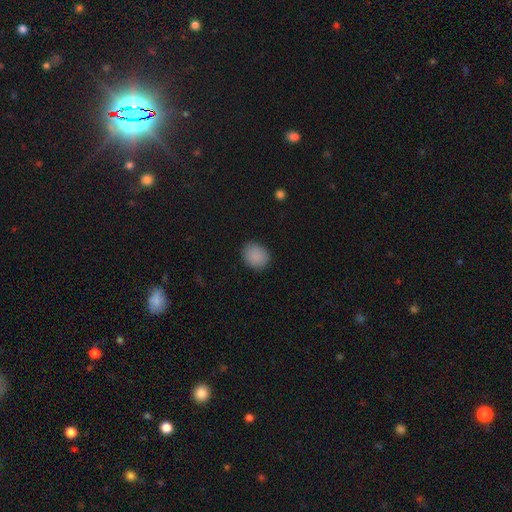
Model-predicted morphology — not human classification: The model was most divided on "how rounded": round: 58%, in between: 41%, cigar-shaped: 1%. More confident: smooth or featured — smooth (88%); merging — none (87%).